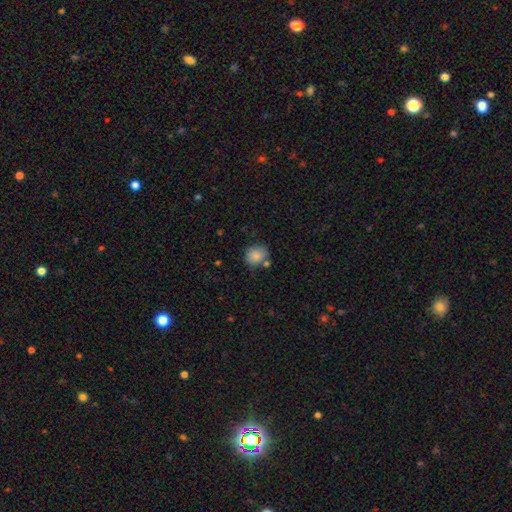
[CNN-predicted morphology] Q: Smooth or featured?
A: smooth (85%); runner-up: star or artifact (9%)
Q: How rounded?
A: round (70%); runner-up: in between (29%)
Q: Merging?
A: none (68%); runner-up: minor disturbance (18%)